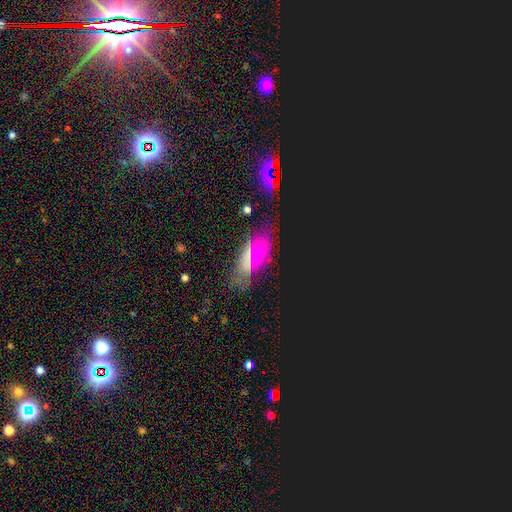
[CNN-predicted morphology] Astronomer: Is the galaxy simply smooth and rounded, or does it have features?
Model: star or artifact — 45% (runner-up: smooth, 33%).